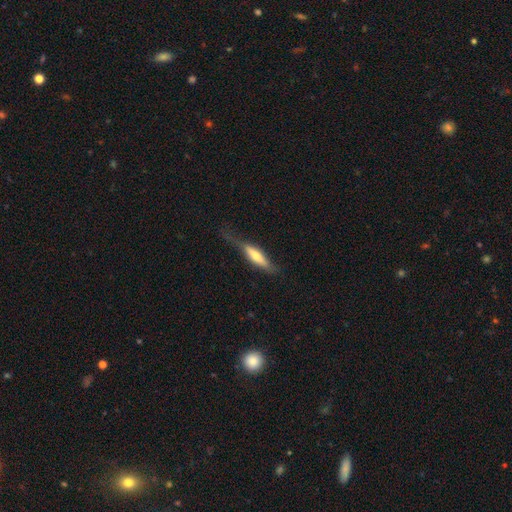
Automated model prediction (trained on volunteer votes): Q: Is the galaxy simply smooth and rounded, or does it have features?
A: smooth — 50%.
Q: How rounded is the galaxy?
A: cigar-shaped — 72%.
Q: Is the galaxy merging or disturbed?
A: none — 48%.